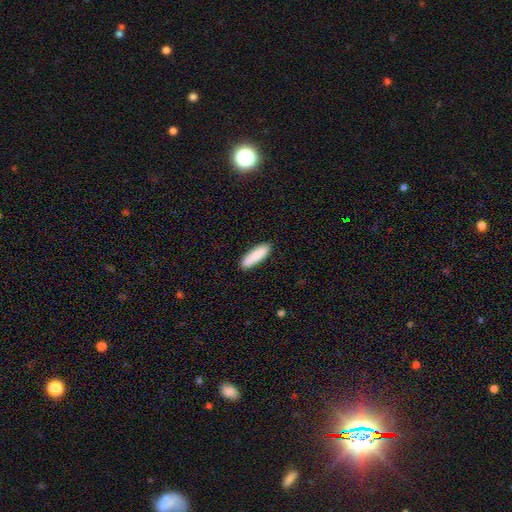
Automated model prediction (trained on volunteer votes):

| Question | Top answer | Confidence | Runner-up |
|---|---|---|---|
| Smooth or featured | smooth | 88% | featured or disk (7%) |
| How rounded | cigar-shaped | 61% | in between (38%) |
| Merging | none | 89% | minor disturbance (8%) |